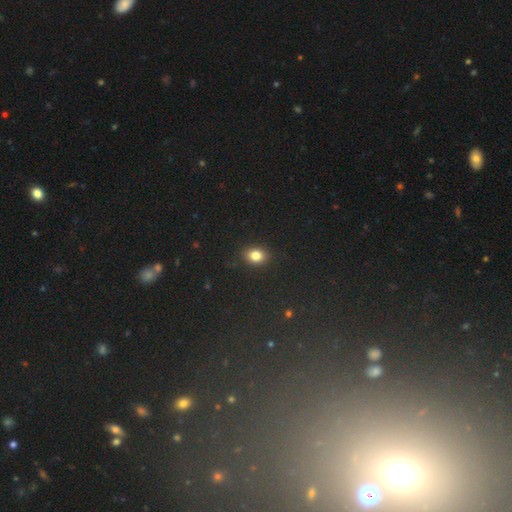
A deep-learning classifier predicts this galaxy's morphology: Smooth or featured? smooth (83%)
How rounded? in between (57%)
Merging? none (88%)